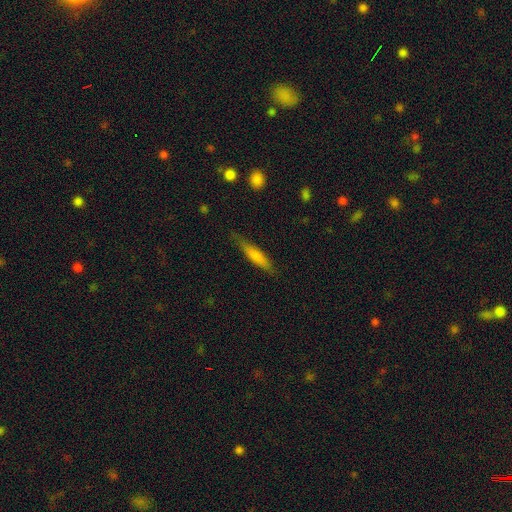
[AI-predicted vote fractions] This appears to be a smooth galaxy with no disk features (59%) that is cigar-shaped (86%). Merging: none (81%).